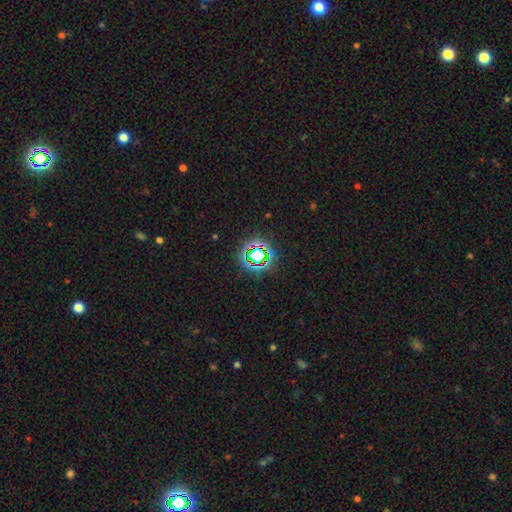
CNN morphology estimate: type=star or artifact (68%).